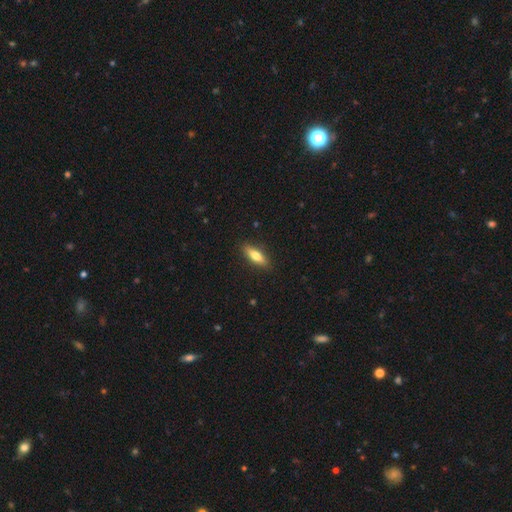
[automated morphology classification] A smooth galaxy with no disk features (66%) that is in between round and cigar-shaped (49%). Merging: none (89%).